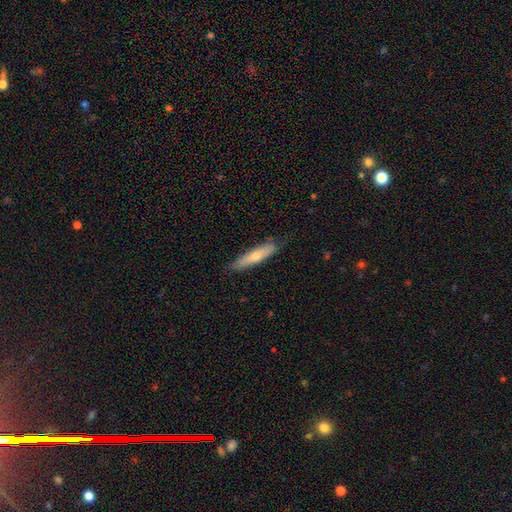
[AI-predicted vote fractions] Smooth or featured? smooth (57%)
How rounded? cigar-shaped (85%)
Merging? none (83%)